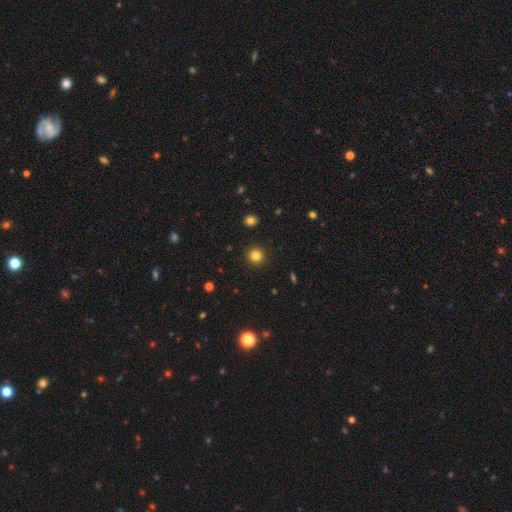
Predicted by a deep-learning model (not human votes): Smooth or featured? Predicted: smooth (p=0.82). How rounded? Predicted: round (p=0.95). Merging? Predicted: none (p=0.93).